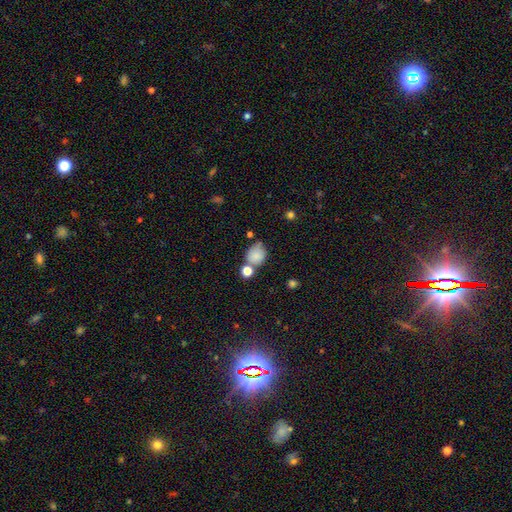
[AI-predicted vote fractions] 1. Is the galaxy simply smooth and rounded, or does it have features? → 82% smooth, 10% star or artifact, 8% featured or disk.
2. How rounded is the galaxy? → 61% round, 38% in between, 1% cigar-shaped.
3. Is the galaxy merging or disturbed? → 52% none, 22% merger, 19% minor disturbance, 6% major disturbance.